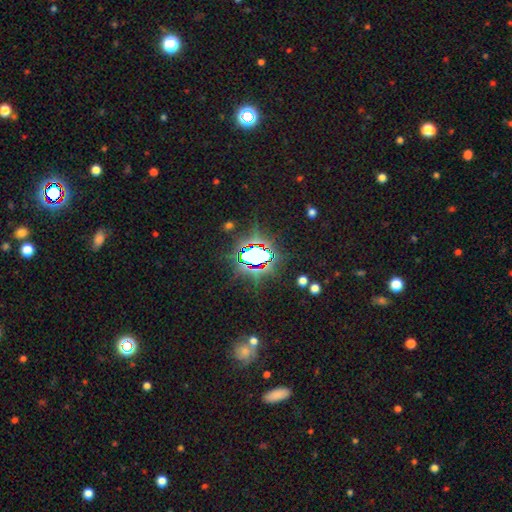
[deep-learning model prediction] A star or artifact, not a galaxy (74%).